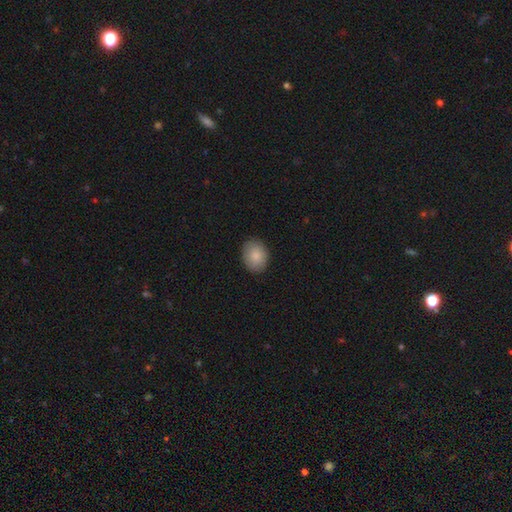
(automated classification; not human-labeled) smooth 86%, star or artifact 7%, featured or disk 7%. Down the decision tree: how rounded — in between (58%); merging — none (87%).